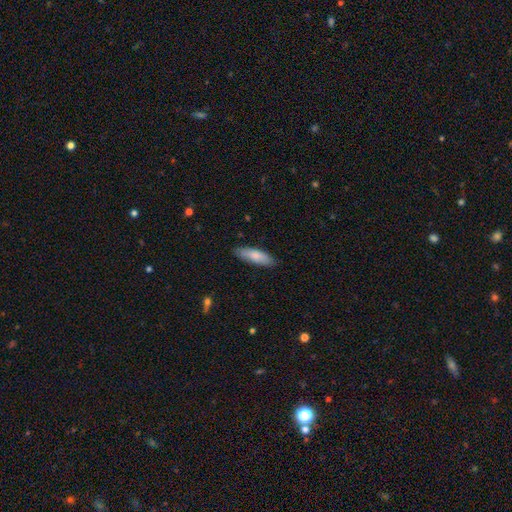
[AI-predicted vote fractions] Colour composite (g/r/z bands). It shows a smooth galaxy with no disk features (81%) that is in between round and cigar-shaped (52%). Merging: none (85%).